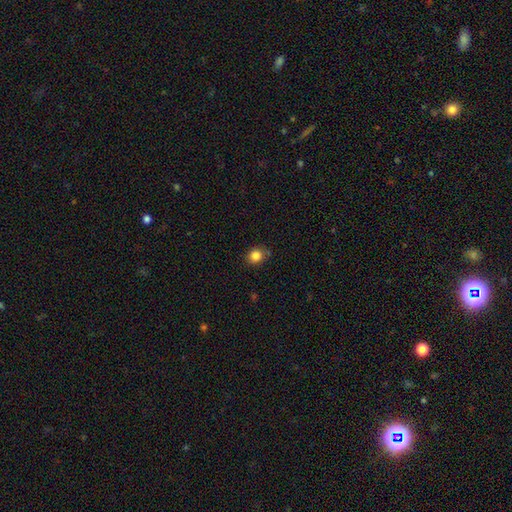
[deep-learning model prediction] The model was most divided on "how rounded": round: 77%, in between: 22%, cigar-shaped: 1%. More confident: smooth or featured — smooth (84%); merging — none (80%).